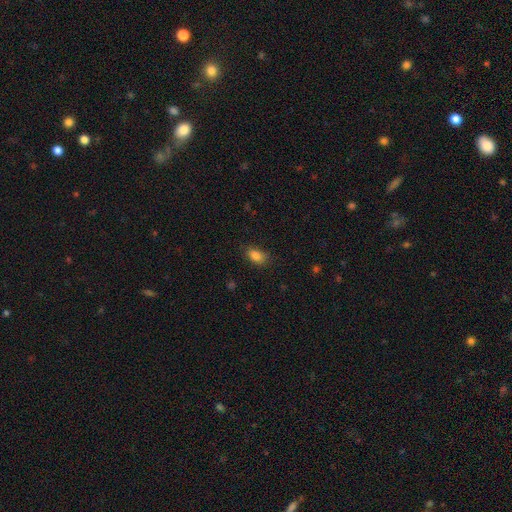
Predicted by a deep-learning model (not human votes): smooth_or_featured: smooth (p=0.85) [alt: star or artifact p=0.10]
how_rounded: in between (p=0.86) [alt: round p=0.11]
merging: none (p=0.81) [alt: minor disturbance p=0.14]